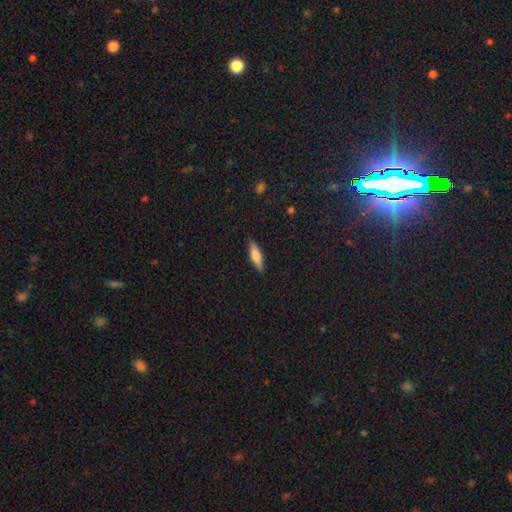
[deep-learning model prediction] A smooth galaxy with no disk features (73%) that is cigar-shaped (66%). Merging: none (89%).